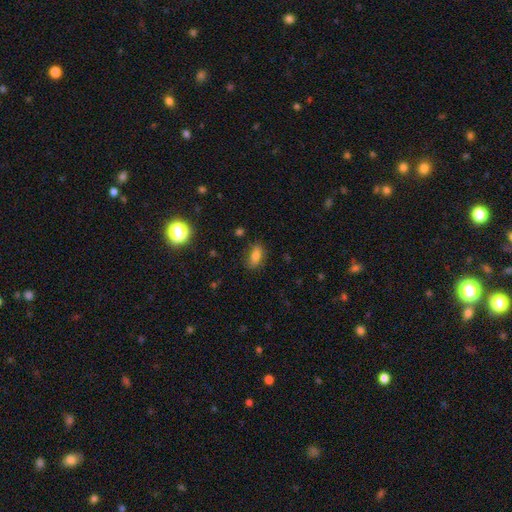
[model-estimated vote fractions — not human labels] This is likely a smooth galaxy (77%). How rounded: clearly in between (82%). Merging: likely none (79%).